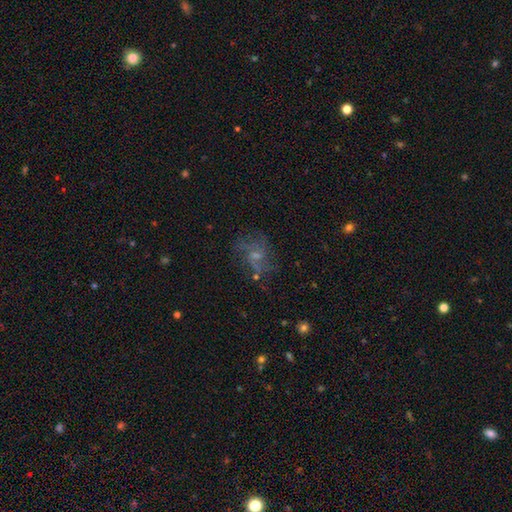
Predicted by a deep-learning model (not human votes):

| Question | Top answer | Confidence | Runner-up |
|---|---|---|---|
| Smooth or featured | featured or disk | 56% | smooth (26%) |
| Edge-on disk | no | 97% | yes (3%) |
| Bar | no | 54% | weak (39%) |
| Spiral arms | yes | 69% | no (31%) |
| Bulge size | small | 47% | moderate (28%) |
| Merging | none | 56% | major disturbance (22%) |